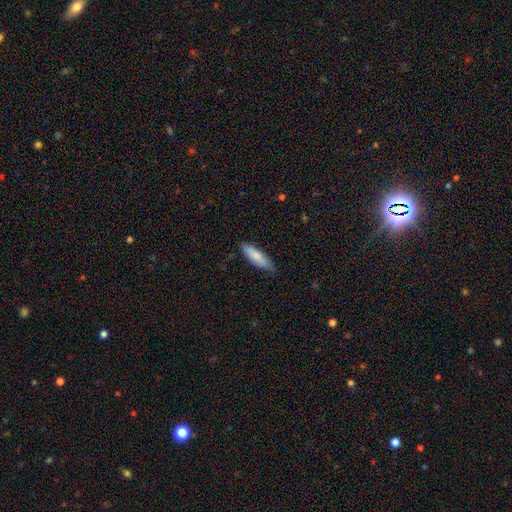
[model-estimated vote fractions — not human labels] Smooth or featured?
  - smooth: 77% *
  - featured or disk: 17%
  - star or artifact: 5%
How rounded?
  - cigar-shaped: 57% *
  - in between: 41%
  - round: 1%
Merging?
  - none: 78% *
  - minor disturbance: 19%
  - major disturbance: 3%
  - merger: 1%